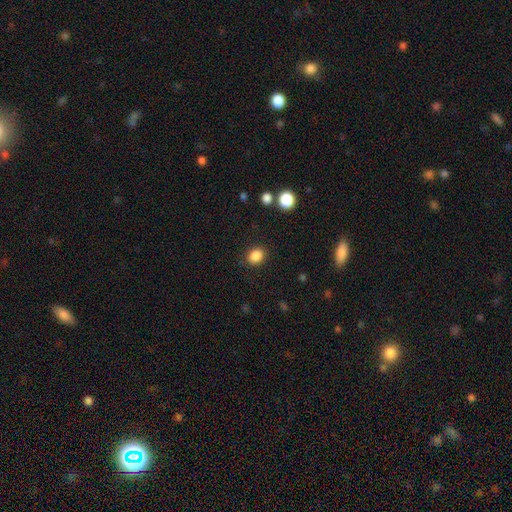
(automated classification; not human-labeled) The model was most divided on "how rounded": round: 53%, in between: 46%, cigar-shaped: 1%. More confident: merging — none (87%); smooth or featured — smooth (87%).